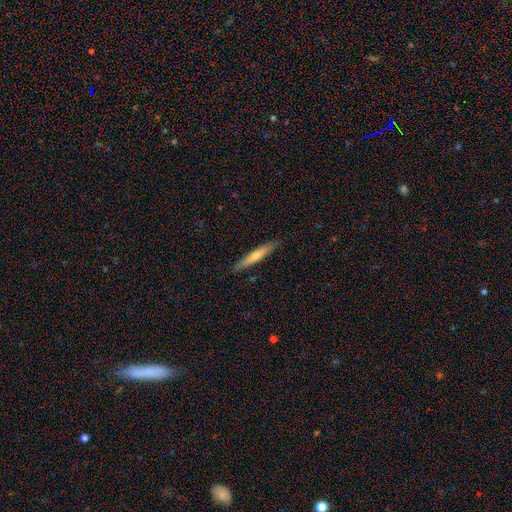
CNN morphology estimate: Smooth or featured?
  - smooth: 56% *
  - featured or disk: 38%
  - star or artifact: 5%
How rounded?
  - cigar-shaped: 92% *
  - in between: 6%
  - round: 1%
Merging?
  - none: 87% *
  - minor disturbance: 10%
  - major disturbance: 2%
  - merger: 1%